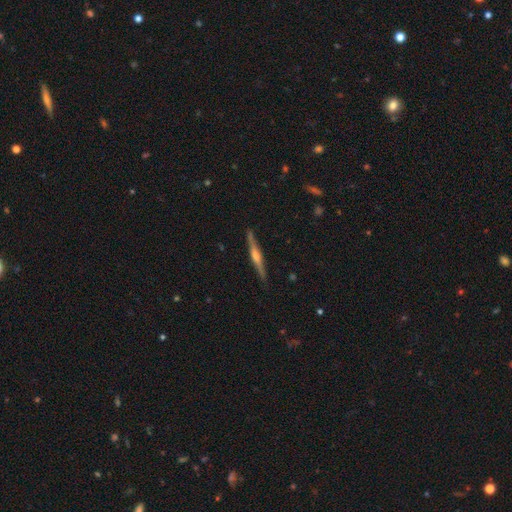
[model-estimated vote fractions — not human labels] Smooth or featured?
  - featured or disk: 75% *
  - smooth: 19%
  - star or artifact: 6%
Edge-on disk?
  - yes: 98% *
  - no: 2%
Edge-on bulge?
  - rounded: 77% *
  - boxy: 15%
  - none: 9%
Merging?
  - none: 89% *
  - minor disturbance: 8%
  - major disturbance: 1%
  - merger: 1%